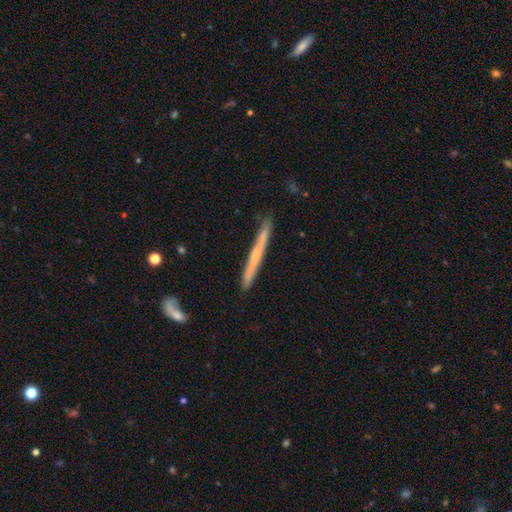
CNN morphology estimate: featured or disk 58%, smooth 36%, star or artifact 6%. Down the decision tree: edge-on disk — yes (96%); edge-on bulge — none (56%); merging — none (85%).